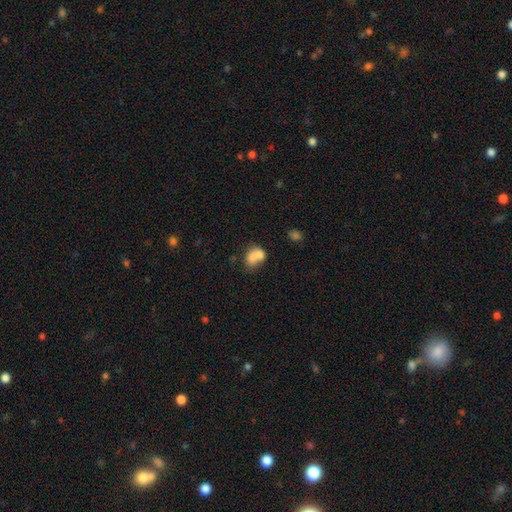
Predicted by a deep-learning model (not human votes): smooth-or-featured: smooth: 72% | featured or disk: 18% | star or artifact: 9%
  how-rounded: in between: 55% | round: 44% | cigar-shaped: 1%
  merging: merger: 64% | none: 21% | minor disturbance: 9% | major disturbance: 6%